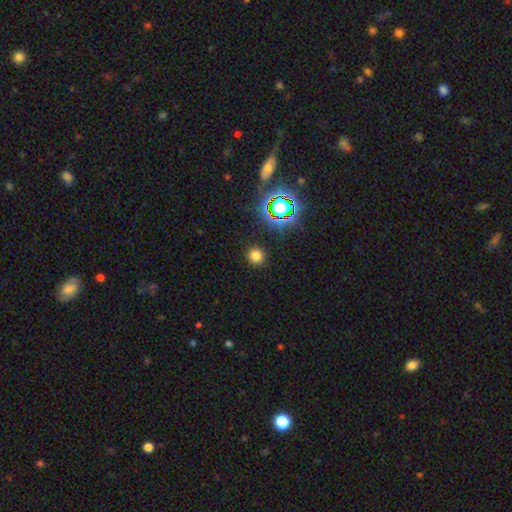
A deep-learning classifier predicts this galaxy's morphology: Q: Smooth or featured?
A: smooth (74%); runner-up: star or artifact (21%)
Q: How rounded?
A: round (91%); runner-up: in between (8%)
Q: Merging?
A: none (90%); runner-up: minor disturbance (6%)